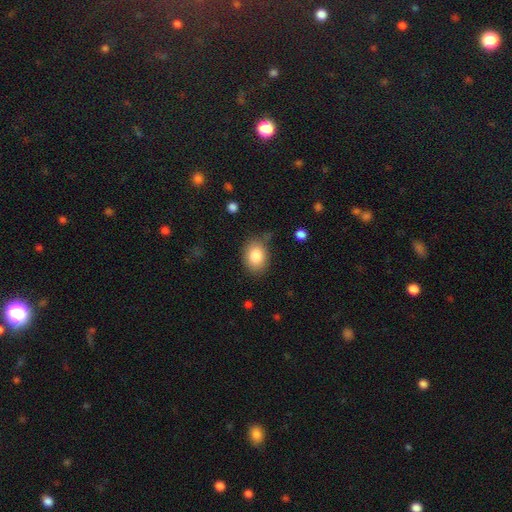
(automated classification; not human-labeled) A smooth galaxy with no disk features (84%) that is in between round and cigar-shaped (68%). Merging: none (74%).